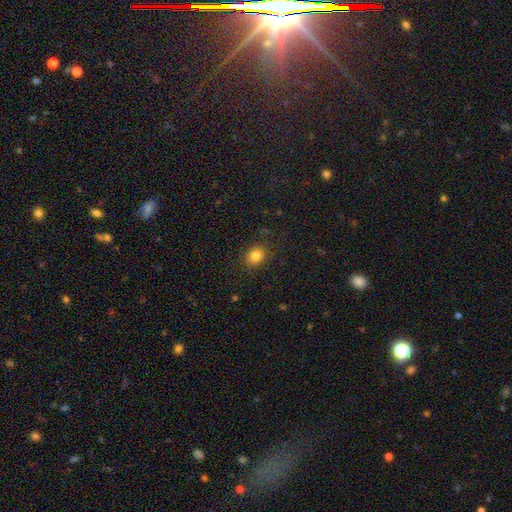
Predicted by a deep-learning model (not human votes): Morphology: type=smooth (84%); roundness=round (54%); merging=none (87%).